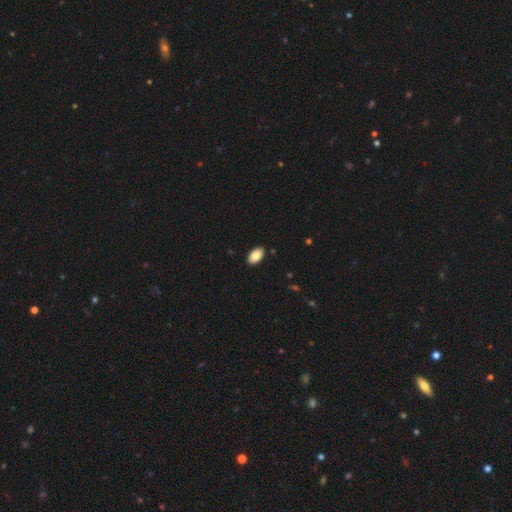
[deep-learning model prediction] smooth_or_featured: smooth (p=0.85) [alt: featured or disk p=0.08]
how_rounded: in between (p=0.94) [alt: round p=0.04]
merging: none (p=0.90) [alt: minor disturbance p=0.08]